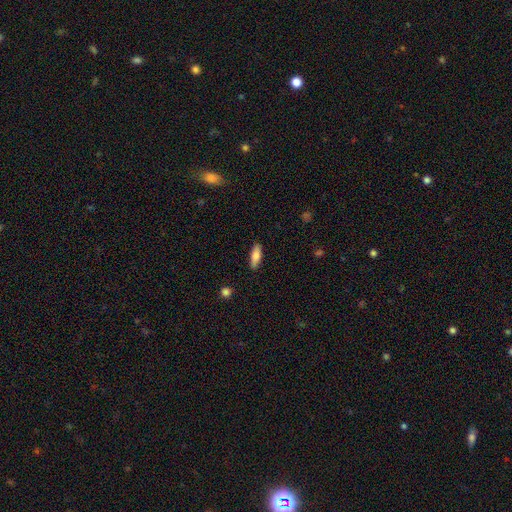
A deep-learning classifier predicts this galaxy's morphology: Smooth or featured: smooth — 79% (featured or disk — 14%)
How rounded: in between — 60% (cigar-shaped — 37%)
Merging: none — 86% (minor disturbance — 10%)